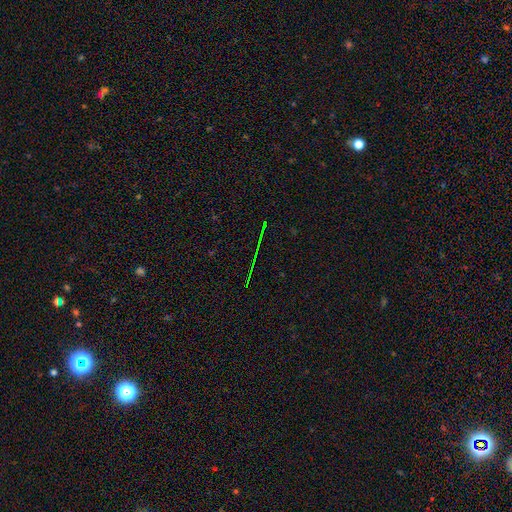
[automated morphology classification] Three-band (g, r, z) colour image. It shows a star or artifact, not a galaxy (77%).